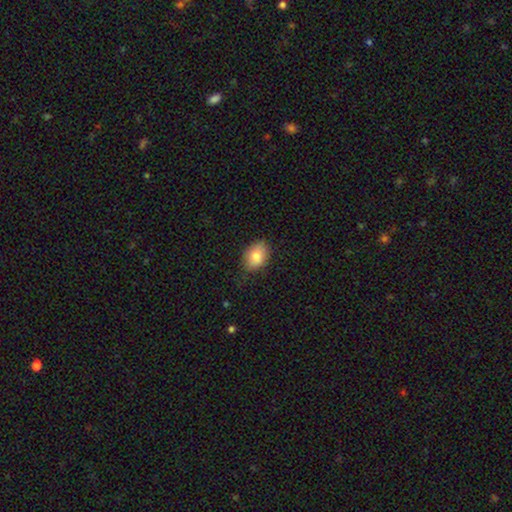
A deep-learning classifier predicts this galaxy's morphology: Smooth or featured?
  - smooth: 81% *
  - featured or disk: 12%
  - star or artifact: 8%
How rounded?
  - in between: 76% *
  - round: 23%
  - cigar-shaped: 1%
Merging?
  - none: 78% *
  - minor disturbance: 17%
  - major disturbance: 3%
  - merger: 1%